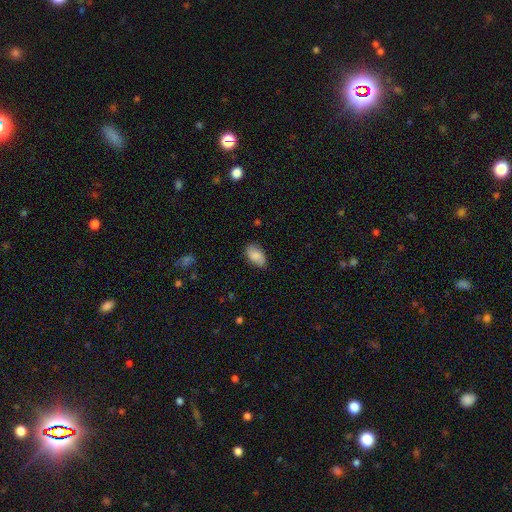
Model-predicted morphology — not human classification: This is likely a smooth galaxy (79%). How rounded: clearly in between (93%). Merging: likely none (79%).